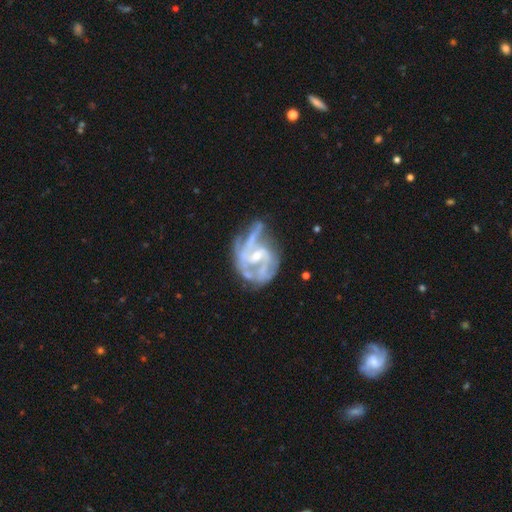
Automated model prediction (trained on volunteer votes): featured or disk 85%, smooth 8%, star or artifact 7%. Down the decision tree: edge-on disk — no (98%); bar — weak (43%); spiral arms — yes (88%); spiral arm count — 2 (32%); spiral winding — medium (46%); bulge size — small (55%); merging — none (36%).